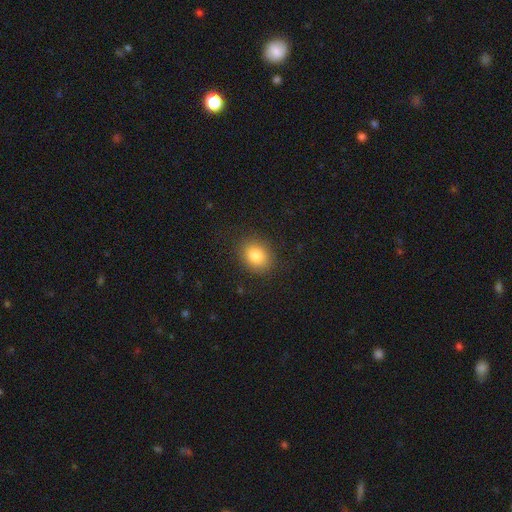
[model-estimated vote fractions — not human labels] A smooth galaxy with no disk features (84%) that is round (52%). Merging: none (87%).